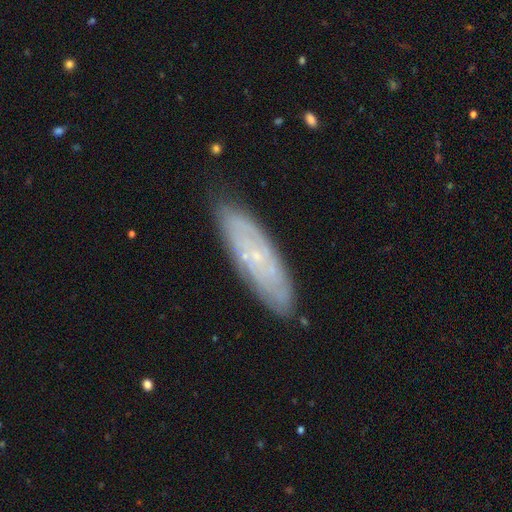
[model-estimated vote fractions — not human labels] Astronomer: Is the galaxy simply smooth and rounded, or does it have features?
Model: featured or disk — 63%.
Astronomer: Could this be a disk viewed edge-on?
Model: no — 75%.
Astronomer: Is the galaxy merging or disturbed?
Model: none — 82%.